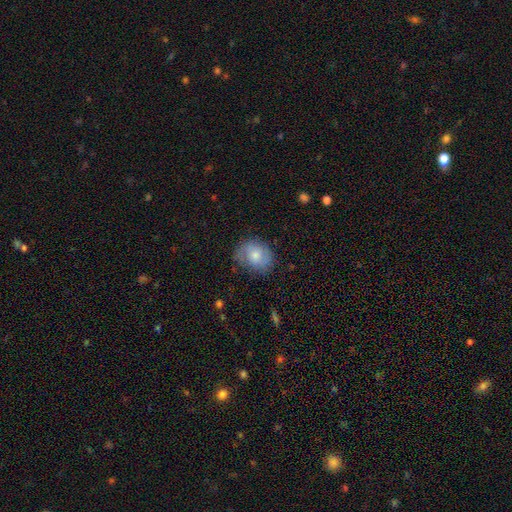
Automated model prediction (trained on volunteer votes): A smooth galaxy with no disk features (55%) that is round (52%).

Vote fractions:
- Smooth or featured? smooth: 55% / featured or disk: 38% / star or artifact: 8%
- How rounded? round: 52% / in between: 46% / cigar-shaped: 1%
- Merging? none: 69% / minor disturbance: 23% / major disturbance: 7% / merger: 1%